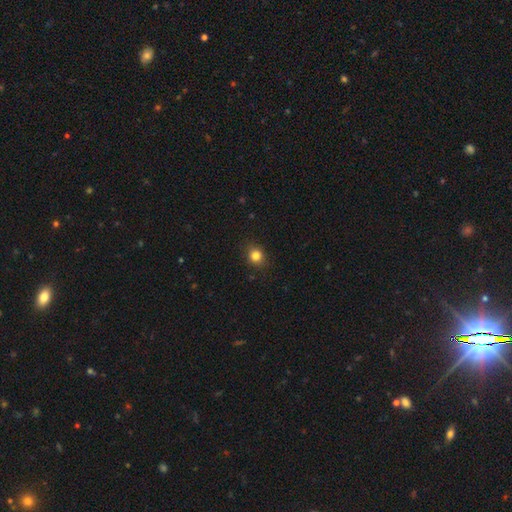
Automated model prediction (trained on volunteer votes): Overall: smooth (83%). How rounded: round (77%). Merging: none (87%).